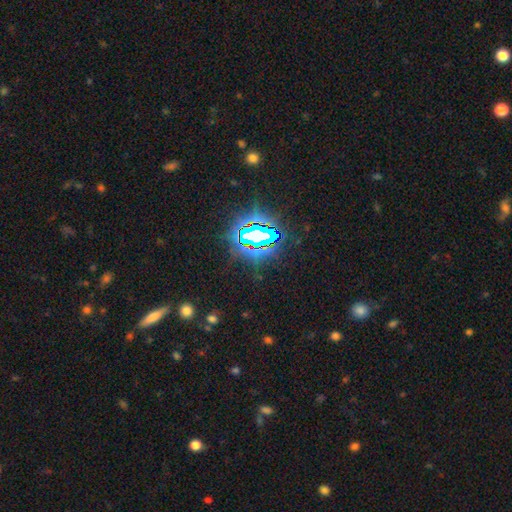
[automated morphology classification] star or artifact 79%, smooth 12%, featured or disk 9%.